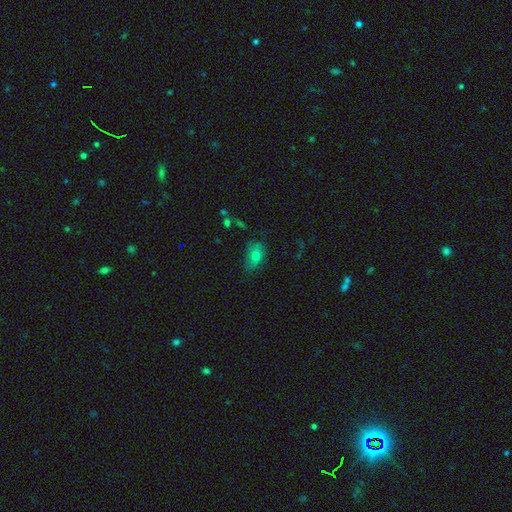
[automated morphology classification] type=smooth (72%); roundness=in between (81%); merging=none (53%).